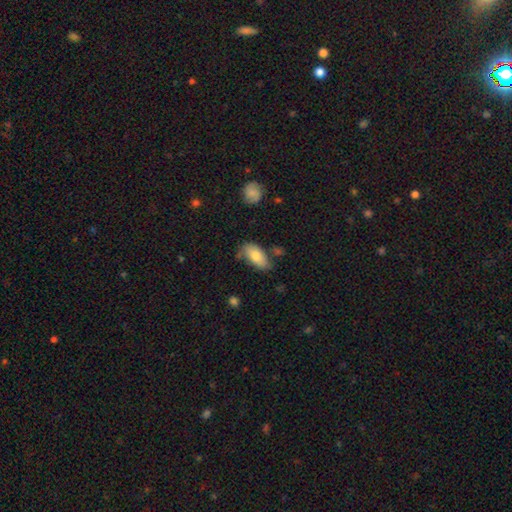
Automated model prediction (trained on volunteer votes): Smooth or featured?
  - smooth: 78% *
  - featured or disk: 15%
  - star or artifact: 7%
How rounded?
  - in between: 90% *
  - cigar-shaped: 7%
  - round: 3%
Merging?
  - none: 61% *
  - minor disturbance: 26%
  - merger: 7%
  - major disturbance: 6%